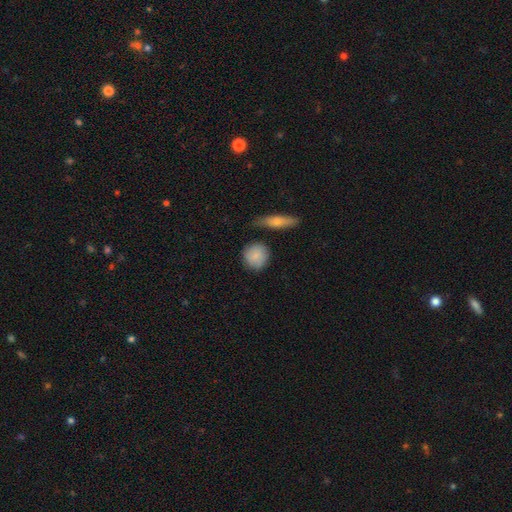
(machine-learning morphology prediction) Smooth or featured? Predicted: smooth (p=0.84). How rounded? Predicted: round (p=0.83). Merging? Predicted: none (p=0.74).